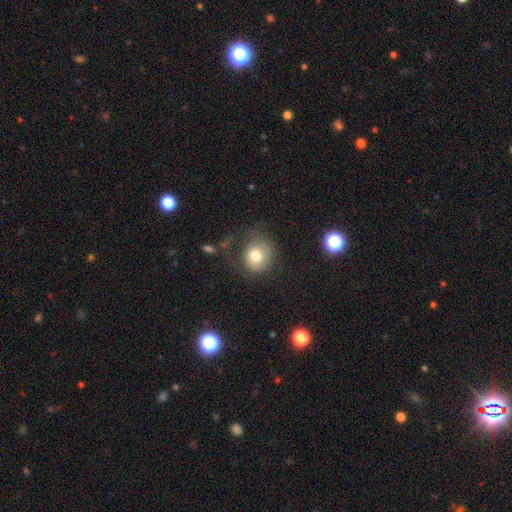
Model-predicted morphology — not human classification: This is likely a smooth galaxy (74%). How rounded: likely round (75%). Merging: possibly none (52%).